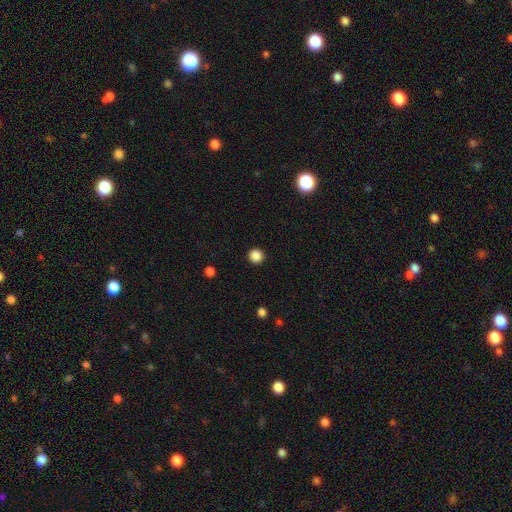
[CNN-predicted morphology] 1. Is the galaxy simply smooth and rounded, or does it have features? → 87% smooth, 11% star or artifact, 2% featured or disk.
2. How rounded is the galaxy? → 96% round, 3% in between, 1% cigar-shaped.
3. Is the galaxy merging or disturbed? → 93% none, 4% minor disturbance, 2% major disturbance, 1% merger.